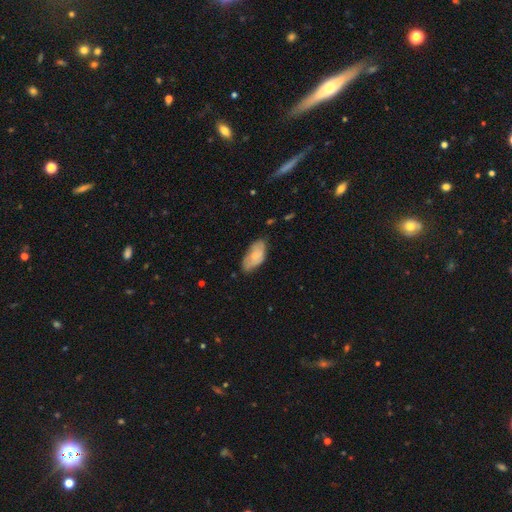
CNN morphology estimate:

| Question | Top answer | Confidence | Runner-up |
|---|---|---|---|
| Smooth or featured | smooth | 72% | featured or disk (22%) |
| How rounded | in between | 92% | cigar-shaped (5%) |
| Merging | none | 59% | minor disturbance (32%) |